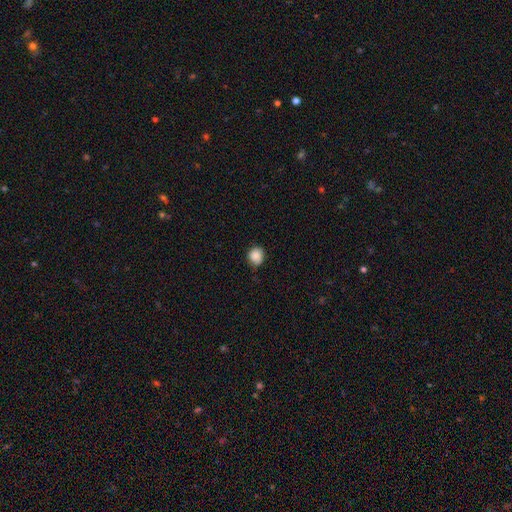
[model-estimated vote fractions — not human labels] smooth_or_featured: smooth (p=0.87) [alt: star or artifact p=0.09]
how_rounded: round (p=0.83) [alt: in between p=0.16]
merging: none (p=0.73) [alt: minor disturbance p=0.22]